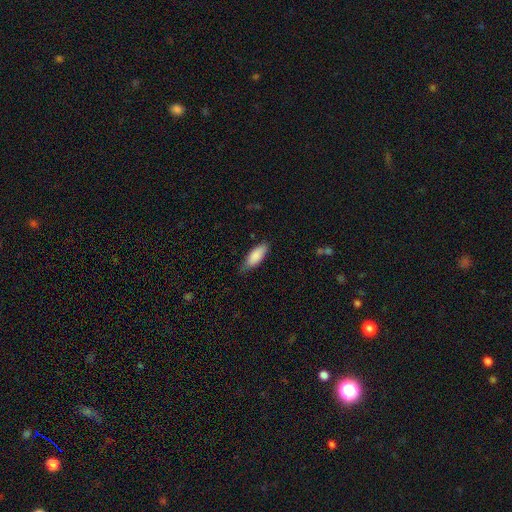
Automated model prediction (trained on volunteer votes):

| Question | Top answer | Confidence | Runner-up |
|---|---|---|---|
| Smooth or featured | smooth | 88% | featured or disk (7%) |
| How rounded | in between | 76% | cigar-shaped (22%) |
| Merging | none | 73% | minor disturbance (22%) |